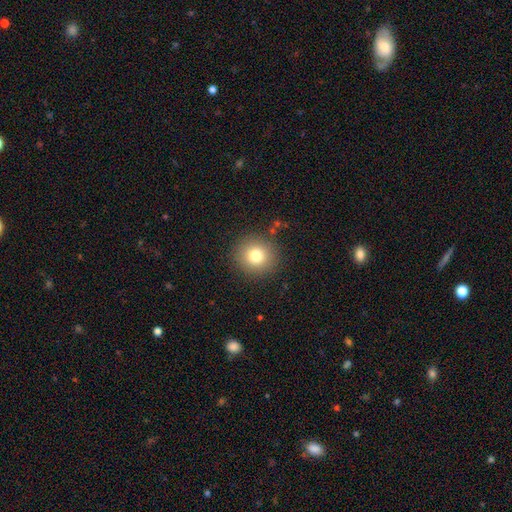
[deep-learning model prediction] smooth-or-featured: smooth: 78% | star or artifact: 12% | featured or disk: 10%
  how-rounded: round: 92% | in between: 7% | cigar-shaped: 1%
  merging: none: 89% | minor disturbance: 7% | major disturbance: 3% | merger: 1%